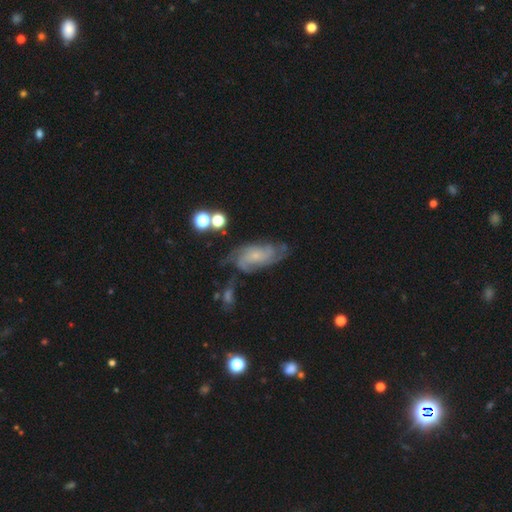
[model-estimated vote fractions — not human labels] Q: Smooth or featured?
A: featured or disk (79%); runner-up: smooth (13%)
Q: Edge-on disk?
A: no (95%); runner-up: yes (5%)
Q: Bar?
A: no (70%); runner-up: weak (25%)
Q: Spiral arms?
A: yes (94%); runner-up: no (6%)
Q: Spiral winding?
A: tight (47%); runner-up: medium (39%)
Q: Spiral arm count?
A: can't tell (31%); runner-up: 2 (23%)
Q: Bulge size?
A: small (75%); runner-up: moderate (15%)
Q: Merging?
A: none (59%); runner-up: minor disturbance (22%)